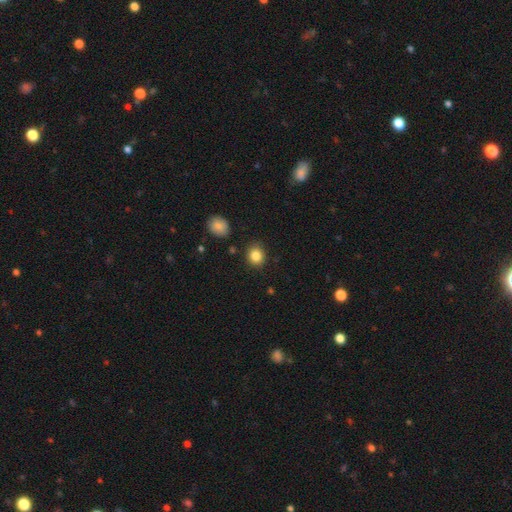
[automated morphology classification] A smooth galaxy with no disk features (85%) that is round (77%).

Vote fractions:
- Smooth or featured? smooth: 85% / star or artifact: 10% / featured or disk: 5%
- How rounded? round: 77% / in between: 22% / cigar-shaped: 1%
- Merging? none: 87% / minor disturbance: 9% / major disturbance: 2% / merger: 2%